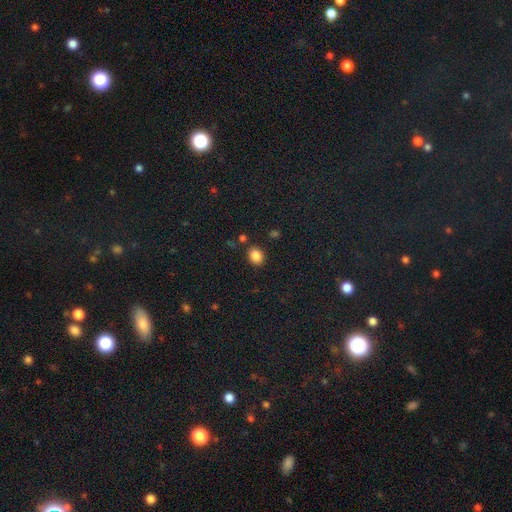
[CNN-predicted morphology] Smooth or featured?
  - smooth: 85% *
  - star or artifact: 11%
  - featured or disk: 4%
How rounded?
  - round: 58% *
  - in between: 41%
  - cigar-shaped: 1%
Merging?
  - none: 84% *
  - minor disturbance: 9%
  - merger: 5%
  - major disturbance: 3%